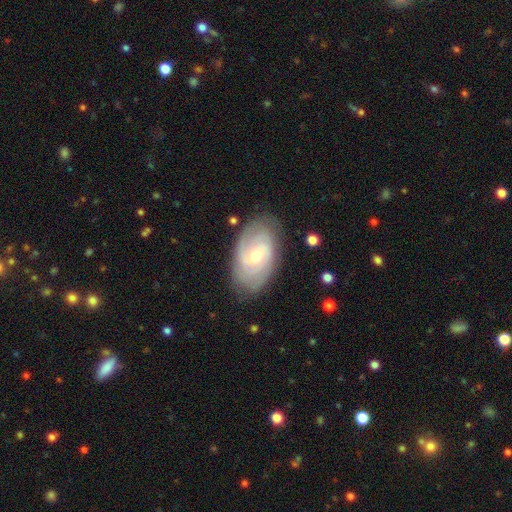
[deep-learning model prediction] This appears to be a featured or disk galaxy (77%) with no bar (59%), tight (65%) spiral arms (92%) and a small central bulge (52%). Merging: none (79%).